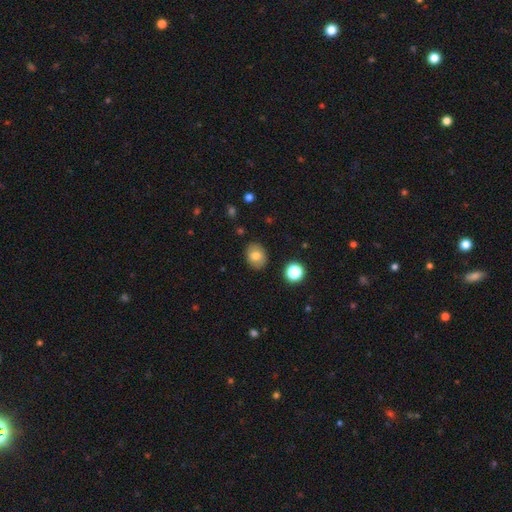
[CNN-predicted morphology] A smooth galaxy with no disk features (75%) that is in between round and cigar-shaped (50%). Merging: none (87%).